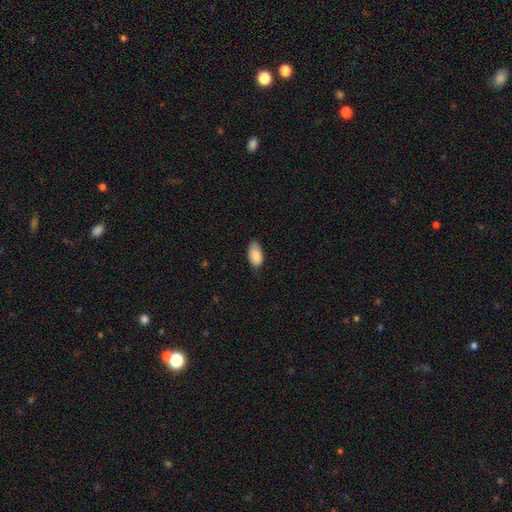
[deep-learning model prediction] This is clearly a smooth galaxy (87%). How rounded: clearly in between (95%). Merging: likely none (74%).